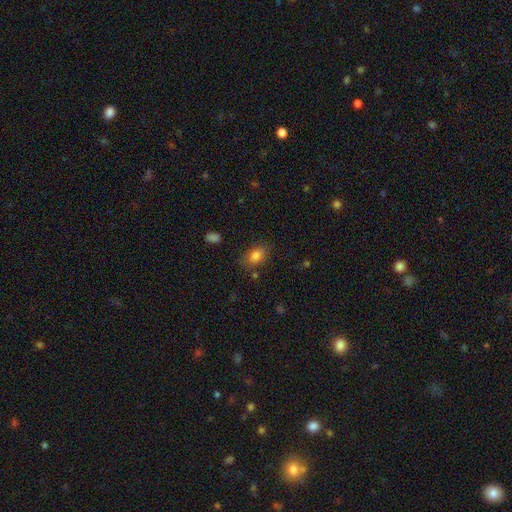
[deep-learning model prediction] smooth_or_featured: smooth (p=0.82) [alt: star or artifact p=0.10]
how_rounded: in between (p=0.79) [alt: round p=0.20]
merging: none (p=0.79) [alt: minor disturbance p=0.15]